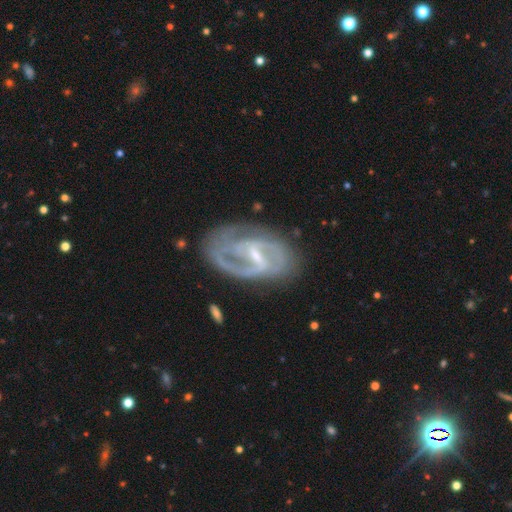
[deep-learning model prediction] A featured or disk galaxy (88%) with a weak bar (46%), 2 (72%) medium (47%) spiral arms (94%) and a small central bulge (62%). Merging: none (69%).